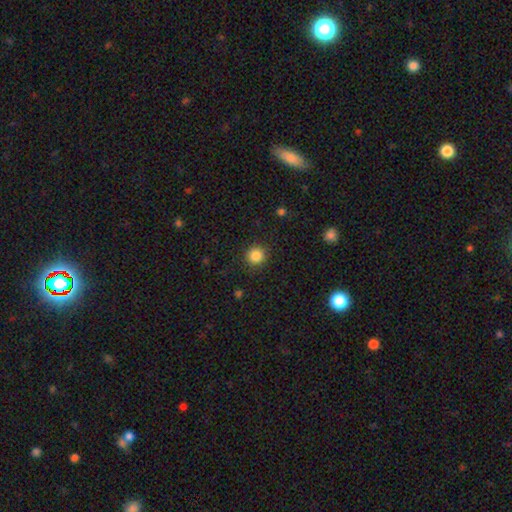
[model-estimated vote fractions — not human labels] smooth-or-featured: smooth: 85% | star or artifact: 11% | featured or disk: 4%
  how-rounded: round: 92% | in between: 7% | cigar-shaped: 1%
  merging: none: 90% | minor disturbance: 6% | major disturbance: 2% | merger: 1%